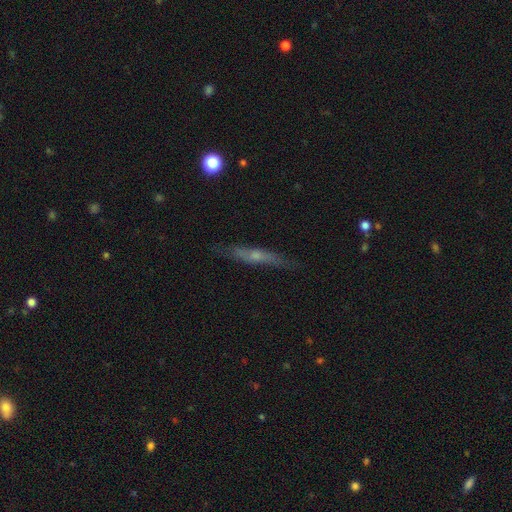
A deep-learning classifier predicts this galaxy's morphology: smooth_or_featured: featured or disk (p=0.58) [alt: smooth p=0.33]
disk_edge_on: yes (p=0.86) [alt: no p=0.14]
merging: none (p=0.81) [alt: minor disturbance p=0.14]